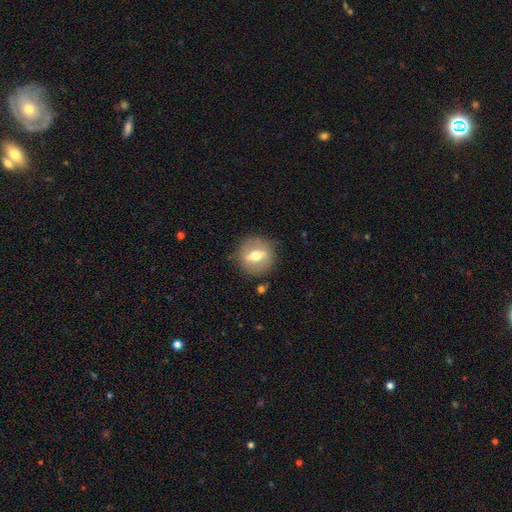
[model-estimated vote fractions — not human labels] Q: Smooth or featured?
A: featured or disk (53%); runner-up: smooth (39%)
Q: Edge-on disk?
A: no (70%); runner-up: yes (30%)
Q: Merging?
A: none (86%); runner-up: minor disturbance (9%)